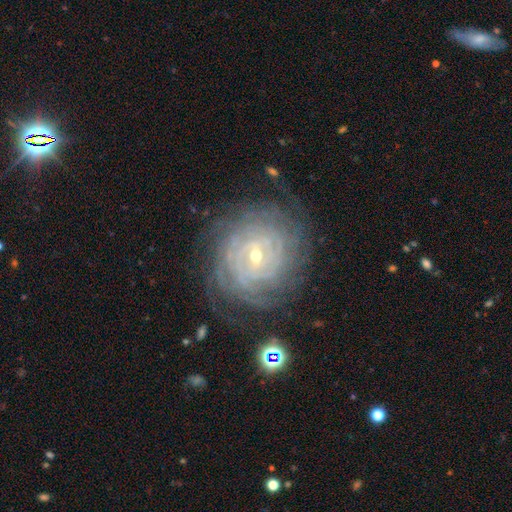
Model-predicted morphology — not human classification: This appears to be a featured or disk galaxy (87%) with a weak bar (46%), tight (85%) spiral arms (96%) and a small central bulge (64%). Merging: none (78%).